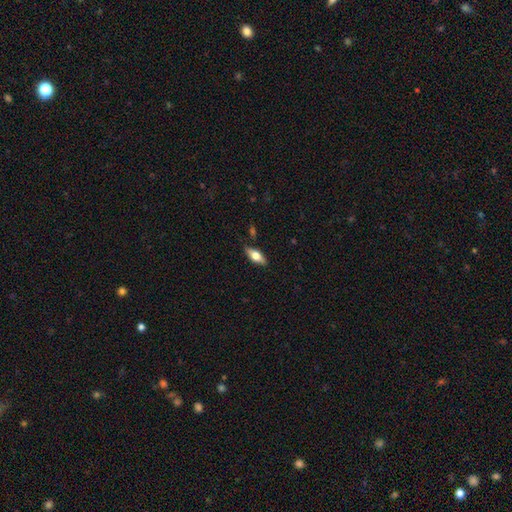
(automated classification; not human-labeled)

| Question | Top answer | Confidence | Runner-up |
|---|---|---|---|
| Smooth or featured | smooth | 47% | tied: featured or disk (47%) |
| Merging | none | 85% | minor disturbance (11%) |